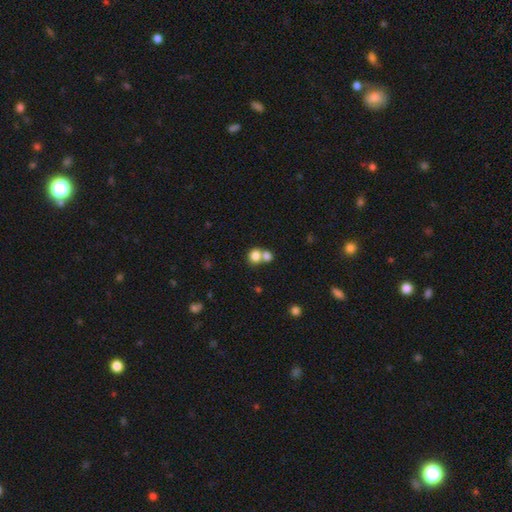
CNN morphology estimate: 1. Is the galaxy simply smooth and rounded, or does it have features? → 80% smooth, 10% star or artifact, 10% featured or disk.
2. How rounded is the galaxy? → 75% round, 24% in between, 1% cigar-shaped.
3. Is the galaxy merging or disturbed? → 54% merger, 37% none, 6% minor disturbance, 3% major disturbance.